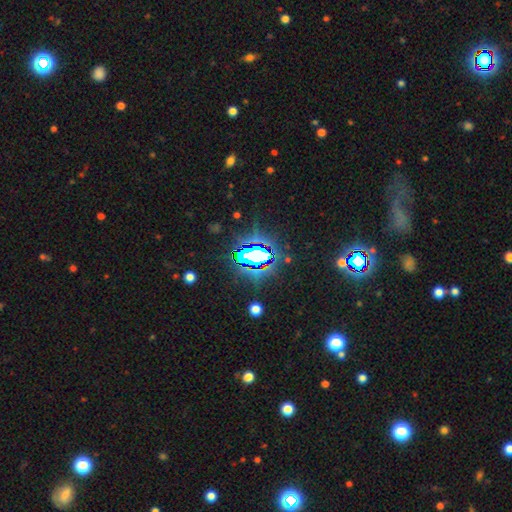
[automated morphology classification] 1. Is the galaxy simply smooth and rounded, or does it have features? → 74% star or artifact, 14% smooth, 12% featured or disk.